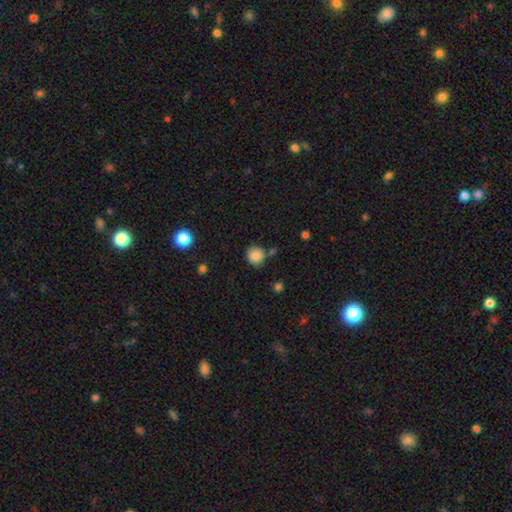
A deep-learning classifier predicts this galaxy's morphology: A smooth galaxy with no disk features (86%) that is round (90%). Merging: none (77%).